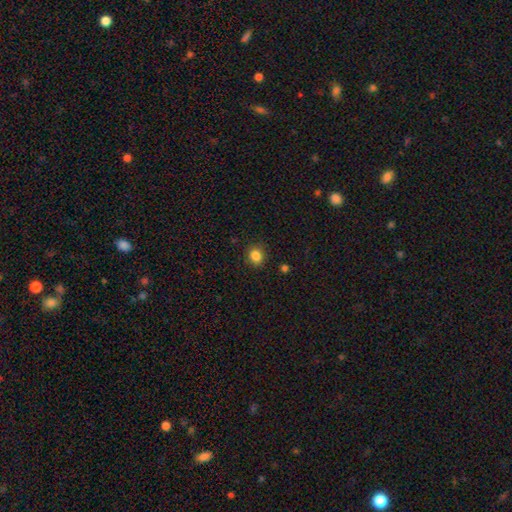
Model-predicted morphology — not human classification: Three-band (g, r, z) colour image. It shows a smooth galaxy with no disk features (84%) that is round (80%). Merging: none (89%).